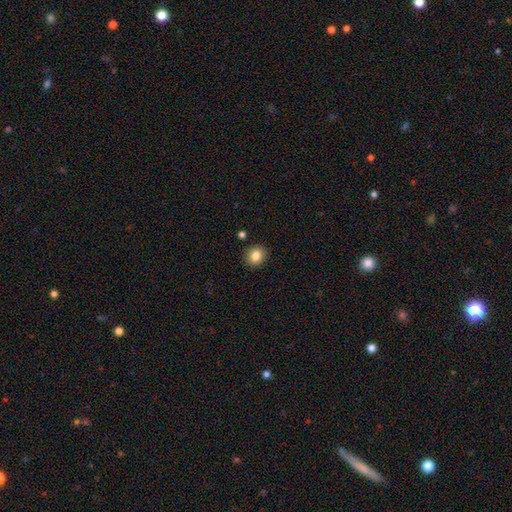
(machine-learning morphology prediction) A smooth galaxy with no disk features (83%) that is round (73%).

Vote fractions:
- Smooth or featured? smooth: 83% / star or artifact: 10% / featured or disk: 7%
- How rounded? round: 73% / in between: 26% / cigar-shaped: 1%
- Merging? none: 89% / minor disturbance: 7% / major disturbance: 2% / merger: 2%